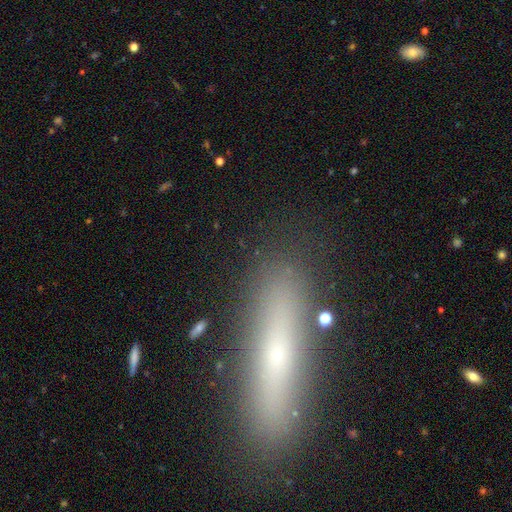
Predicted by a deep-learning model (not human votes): Smooth or featured?
  - smooth: 47% *
  - featured or disk: 40%
  - star or artifact: 13%
Merging?
  - none: 84% *
  - minor disturbance: 10%
  - major disturbance: 3%
  - merger: 2%